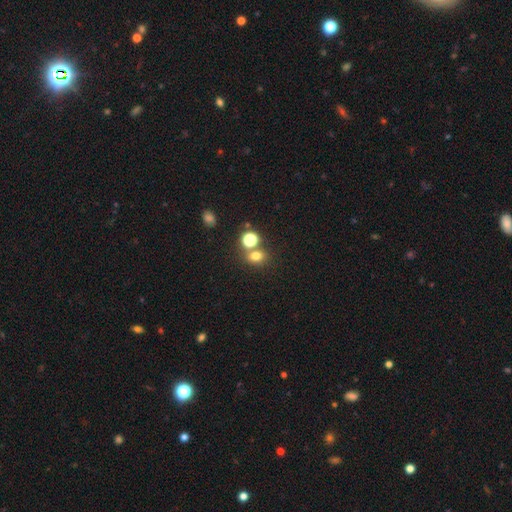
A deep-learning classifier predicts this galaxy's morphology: A smooth galaxy with no disk features (72%) that is round (55%). Merging: none (62%).